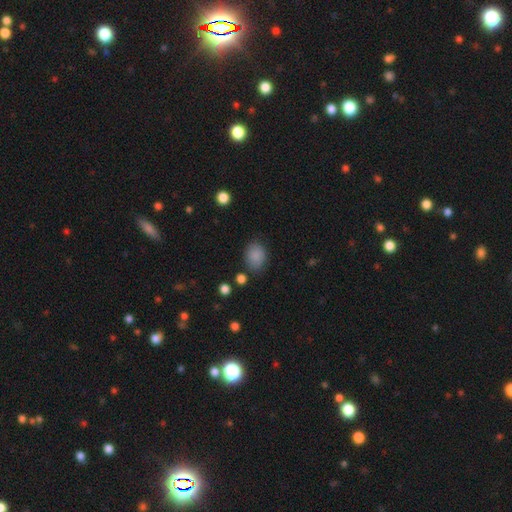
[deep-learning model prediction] Smooth or featured?
  - smooth: 86% *
  - star or artifact: 9%
  - featured or disk: 5%
How rounded?
  - in between: 60% *
  - round: 39%
  - cigar-shaped: 1%
Merging?
  - none: 76% *
  - minor disturbance: 16%
  - major disturbance: 4%
  - merger: 3%